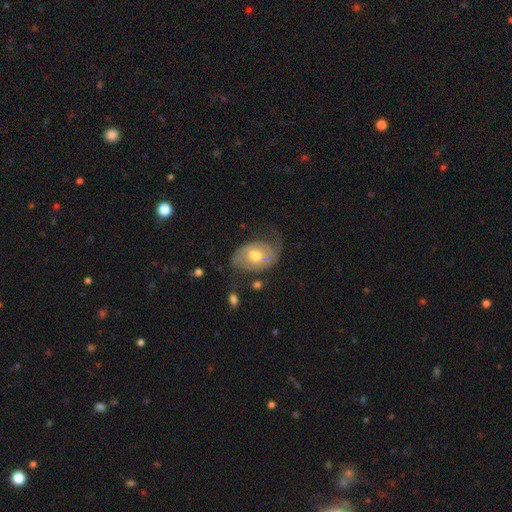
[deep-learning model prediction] Q: Smooth or featured?
A: featured or disk (74%); runner-up: smooth (20%)
Q: Edge-on disk?
A: no (96%); runner-up: yes (4%)
Q: Bar?
A: no (50%); runner-up: weak (42%)
Q: Spiral arms?
A: yes (89%); runner-up: no (11%)
Q: Spiral winding?
A: medium (41%); runner-up: loose (30%)
Q: Spiral arm count?
A: 2 (68%); runner-up: can't tell (14%)
Q: Bulge size?
A: moderate (69%); runner-up: small (21%)
Q: Merging?
A: none (51%); runner-up: minor disturbance (24%)